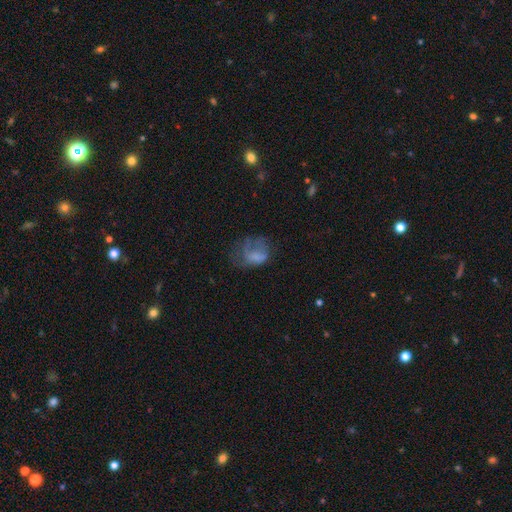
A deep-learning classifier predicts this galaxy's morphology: Smooth or featured: smooth — 49% (featured or disk — 37%)
Merging: major disturbance — 47% (none — 28%)